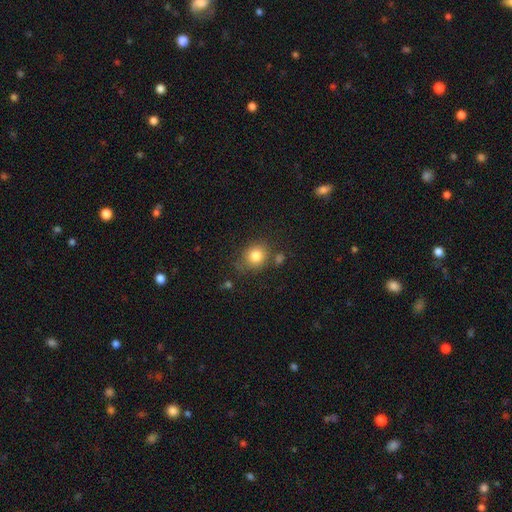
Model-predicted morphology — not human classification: Smooth or featured? Predicted: smooth (p=0.82). How rounded? Predicted: round (p=0.71). Merging? Predicted: none (p=0.70).